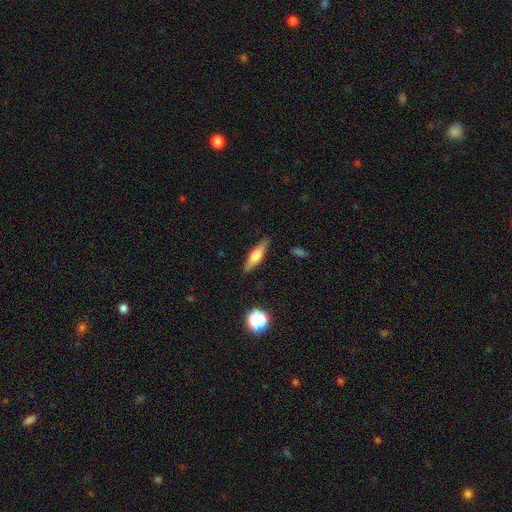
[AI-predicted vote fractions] Morphology: type=smooth (53%); roundness=cigar-shaped (67%); merging=none (84%).